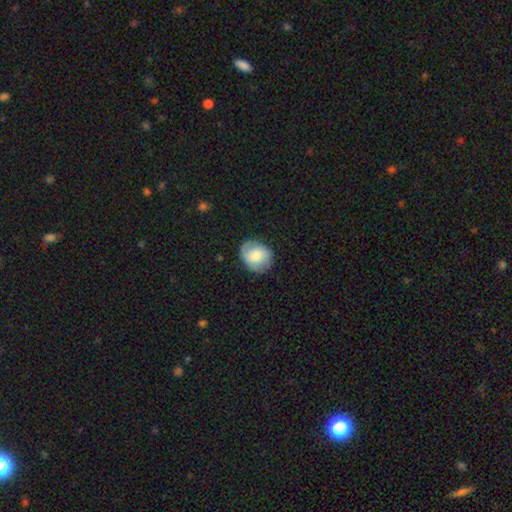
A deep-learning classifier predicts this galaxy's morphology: This appears to be a smooth galaxy with no disk features (60%) that is round (59%). Merging: none (75%).